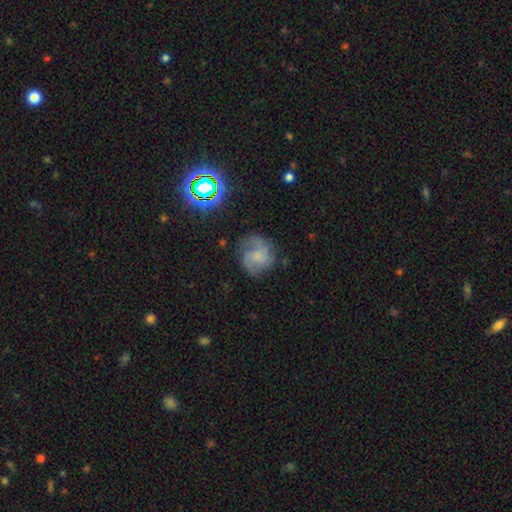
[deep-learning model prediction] The model was most divided on "bulge size": none: 37%, small: 32%, moderate: 22%, large: 6%, dominant: 2%. Remaining: edge-on disk — no (98%); spiral arms — yes (90%); bar — no (69%); merging — none (64%); smooth or featured — featured or disk (59%); spiral arm count — 2 (57%); spiral winding — medium (48%).